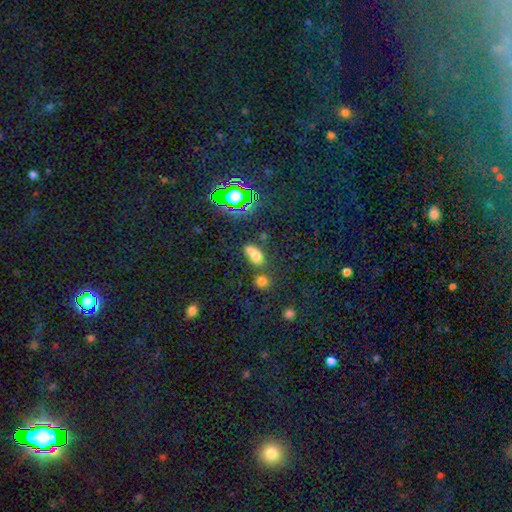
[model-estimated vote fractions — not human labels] smooth 64%, star or artifact 22%, featured or disk 13%. Down the decision tree: how rounded — in between (63%); merging — merger (47%).